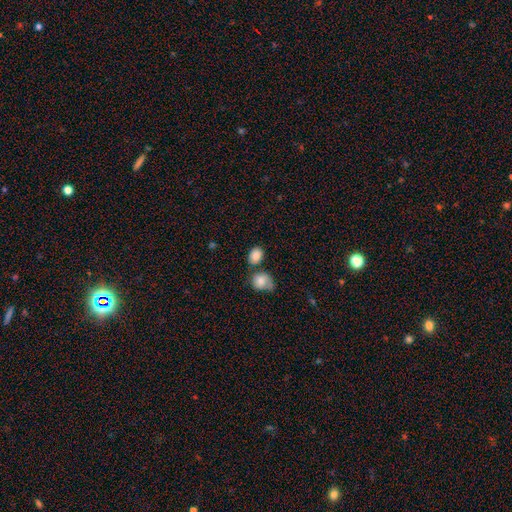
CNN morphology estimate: smooth_or_featured: smooth (p=0.85) [alt: star or artifact p=0.08]
how_rounded: in between (p=0.65) [alt: round p=0.34]
merging: none (p=0.61) [alt: merger p=0.20]